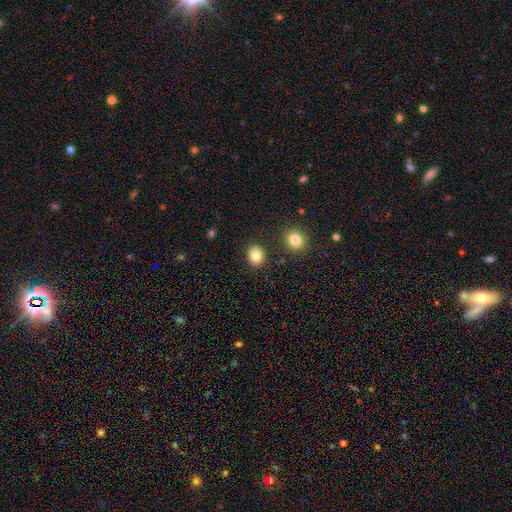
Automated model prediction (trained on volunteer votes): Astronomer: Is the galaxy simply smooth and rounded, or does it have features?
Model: smooth — 83%.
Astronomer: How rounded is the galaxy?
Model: round — 65%.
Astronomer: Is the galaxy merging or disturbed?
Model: none — 88%.